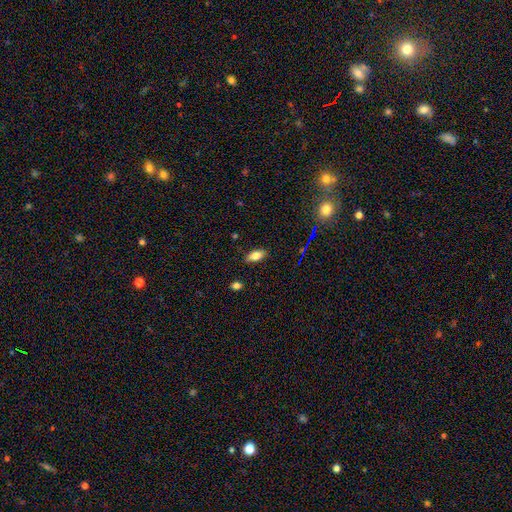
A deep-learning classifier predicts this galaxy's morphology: The model was most divided on "smooth or featured": smooth: 78%, featured or disk: 12%, star or artifact: 10%. More confident: how rounded — in between (86%); merging — none (85%).